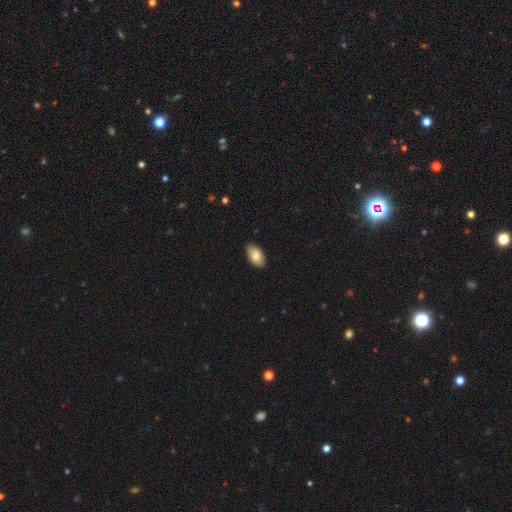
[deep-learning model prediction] This appears to be a smooth galaxy with no disk features (81%) that is in between round and cigar-shaped (95%). Merging: none (87%).